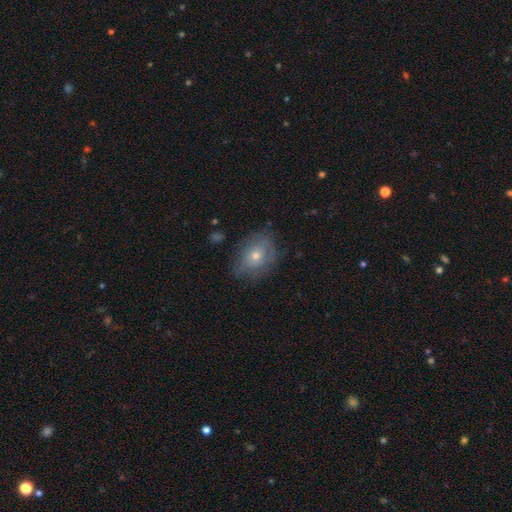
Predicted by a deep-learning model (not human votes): smooth 52%, featured or disk 39%, star or artifact 9%. Down the decision tree: how rounded — in between (59%); merging — none (66%).